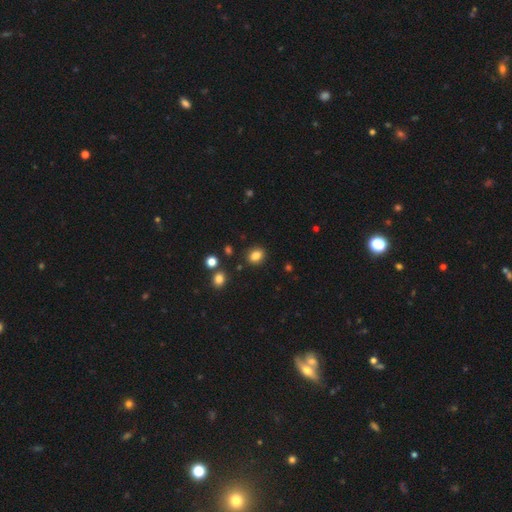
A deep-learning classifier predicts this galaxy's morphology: A smooth galaxy with no disk features (84%) that is in between round and cigar-shaped (52%).

Vote fractions:
- Smooth or featured? smooth: 84% / star or artifact: 11% / featured or disk: 5%
- How rounded? in between: 52% / round: 47% / cigar-shaped: 1%
- Merging? none: 87% / minor disturbance: 8% / merger: 3% / major disturbance: 2%